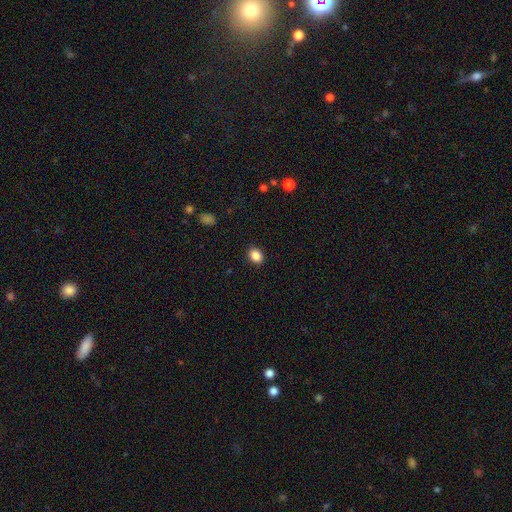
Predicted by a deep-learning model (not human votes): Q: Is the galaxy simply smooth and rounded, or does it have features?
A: smooth — 88%.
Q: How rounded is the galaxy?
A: in between — 57%.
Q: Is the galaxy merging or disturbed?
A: none — 89%.